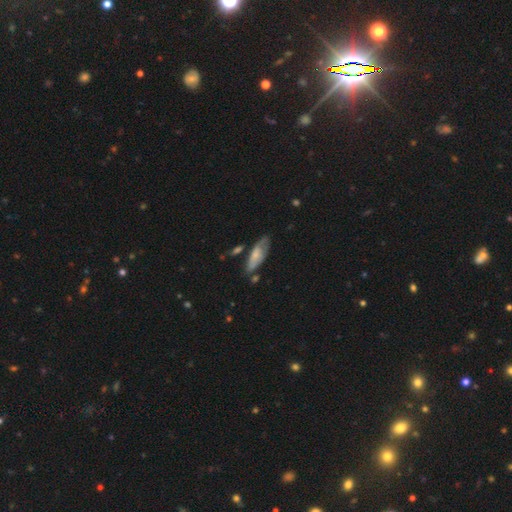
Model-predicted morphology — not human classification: Overall: smooth (60%; featured or disk 34%). How rounded: in between (69%; cigar-shaped 29%). Merging: none (55%; minor disturbance 29%).